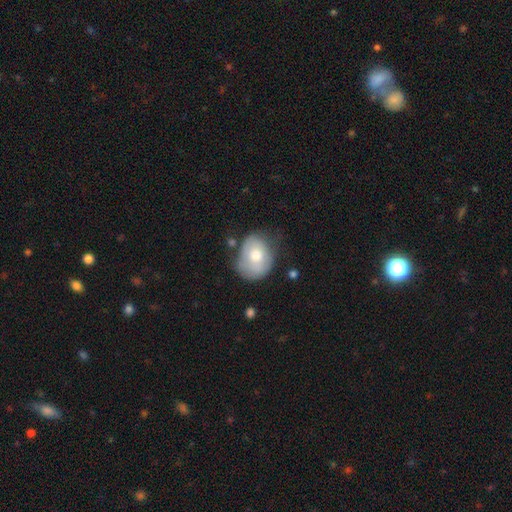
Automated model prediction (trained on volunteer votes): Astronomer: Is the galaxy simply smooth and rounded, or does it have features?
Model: smooth — 63%.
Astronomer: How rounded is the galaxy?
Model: in between — 61% (runner-up: round, 38%).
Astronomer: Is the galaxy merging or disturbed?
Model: none — 51% (runner-up: minor disturbance, 31%).